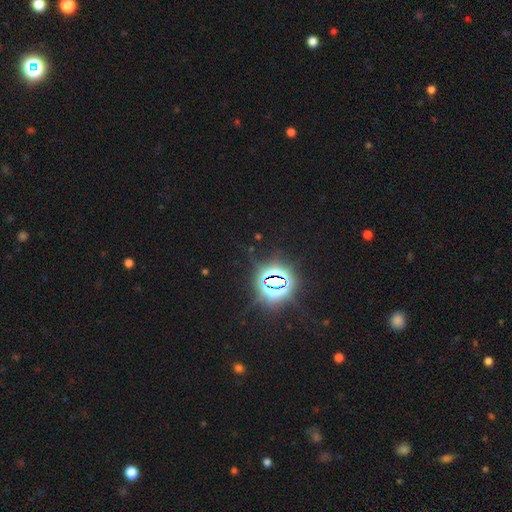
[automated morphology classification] A star or artifact, not a galaxy (82%).